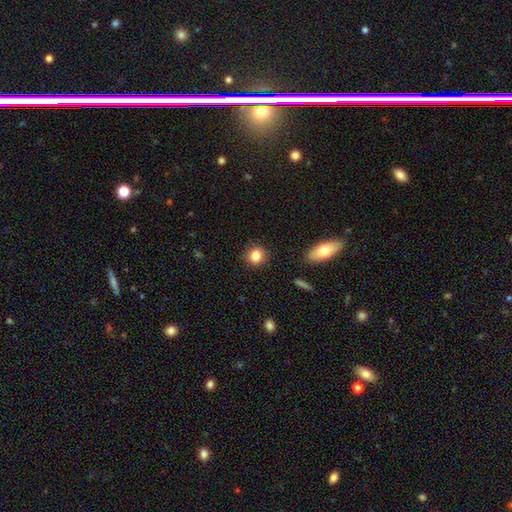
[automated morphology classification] smooth-or-featured: smooth: 83% | star or artifact: 10% | featured or disk: 7%
  how-rounded: round: 82% | in between: 17% | cigar-shaped: 1%
  merging: none: 89% | minor disturbance: 8% | major disturbance: 2% | merger: 1%